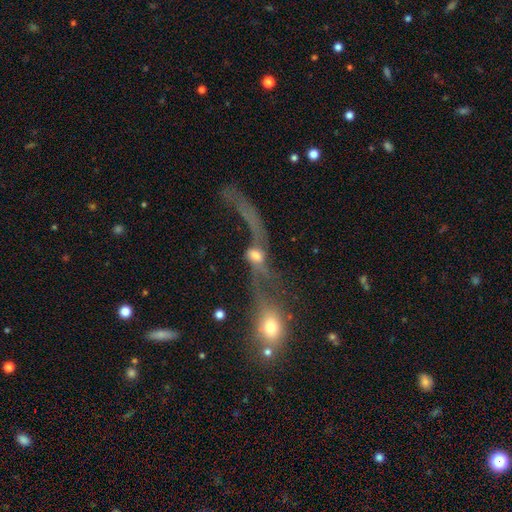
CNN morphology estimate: Smooth or featured: featured or disk — 58% (smooth — 29%)
Edge-on disk: no — 76% (yes — 24%)
Merging: merger — 49% (major disturbance — 25%)